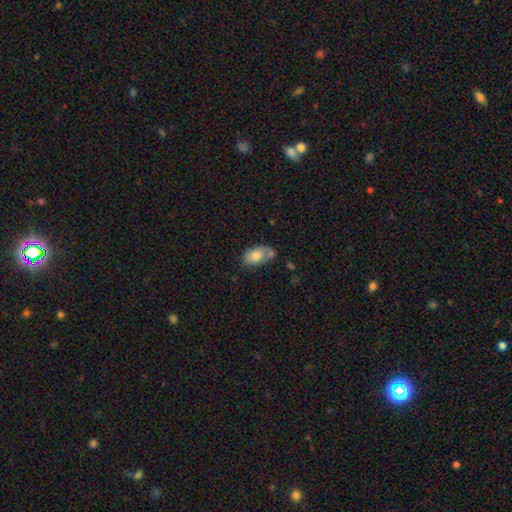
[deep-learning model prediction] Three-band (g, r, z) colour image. It shows a smooth galaxy with no disk features (74%) that is in between round and cigar-shaped (91%). Merging: none (44%).